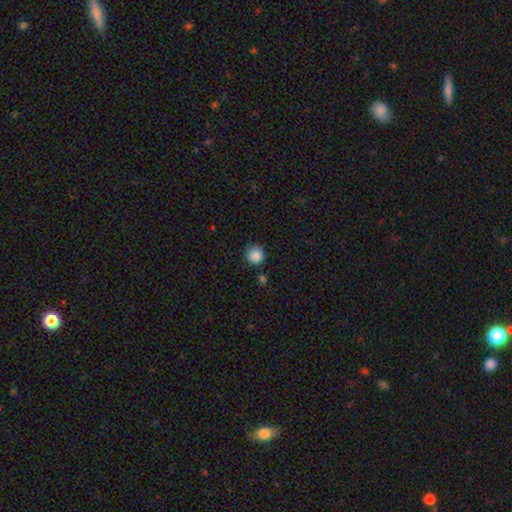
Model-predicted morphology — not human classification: smooth_or_featured: smooth (p=0.87) [alt: star or artifact p=0.10]
how_rounded: round (p=0.93) [alt: in between p=0.06]
merging: none (p=0.84) [alt: minor disturbance p=0.10]